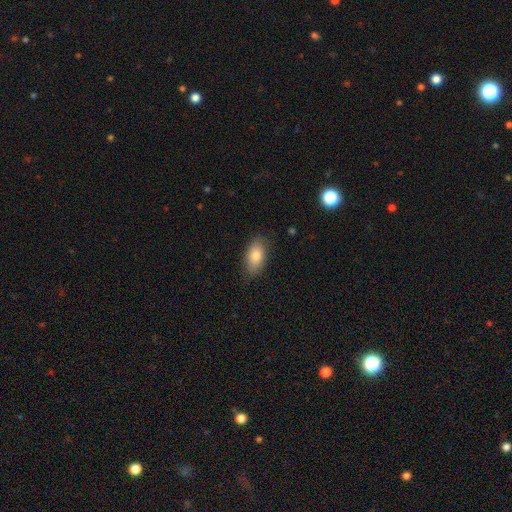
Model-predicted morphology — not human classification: smooth-or-featured: smooth: 81% | featured or disk: 12% | star or artifact: 7%
  how-rounded: in between: 91% | round: 5% | cigar-shaped: 4%
  merging: none: 83% | minor disturbance: 13% | major disturbance: 3% | merger: 1%